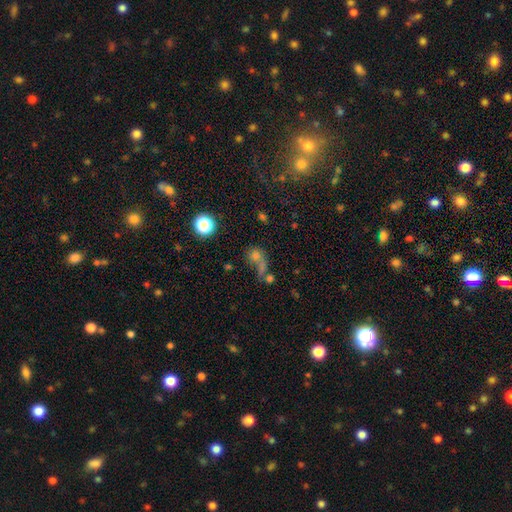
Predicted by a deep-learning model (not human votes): This appears to be a smooth galaxy with no disk features (66%) that is round (61%). Merging: merger (43%).